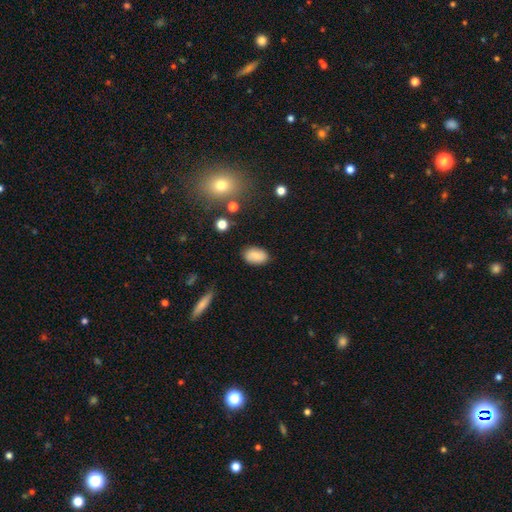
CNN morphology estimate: This appears to be a smooth galaxy with no disk features (80%) that is in between round and cigar-shaped (90%). Merging: none (82%).